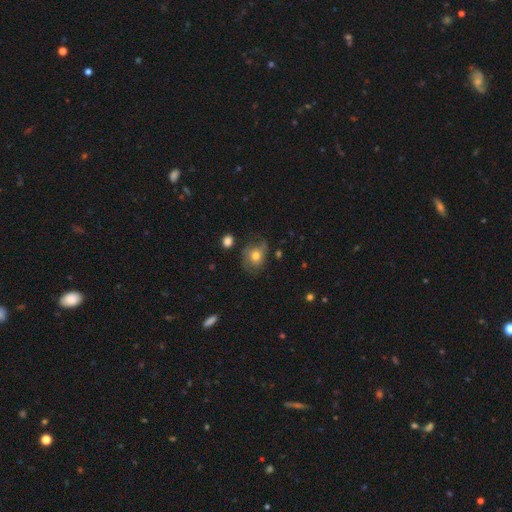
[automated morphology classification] This is possibly a smooth galaxy (54%). How rounded: possibly round (60%). Merging: possibly none (58%).